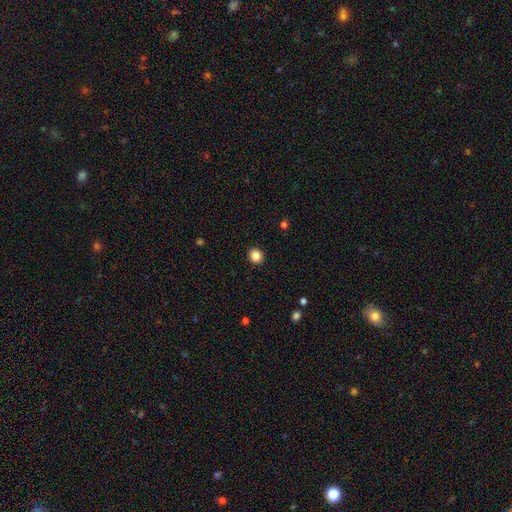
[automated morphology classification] A smooth galaxy with no disk features (85%) that is round (85%).

Vote fractions:
- Smooth or featured? smooth: 85% / star or artifact: 11% / featured or disk: 4%
- How rounded? round: 85% / in between: 14% / cigar-shaped: 1%
- Merging? none: 92% / minor disturbance: 5% / major disturbance: 2% / merger: 1%